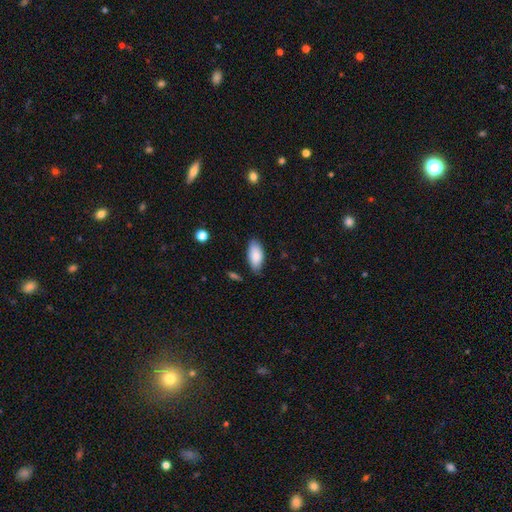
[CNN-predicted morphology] Q: Smooth or featured?
A: smooth (86%); runner-up: featured or disk (7%)
Q: How rounded?
A: in between (91%); runner-up: cigar-shaped (7%)
Q: Merging?
A: none (78%); runner-up: minor disturbance (17%)